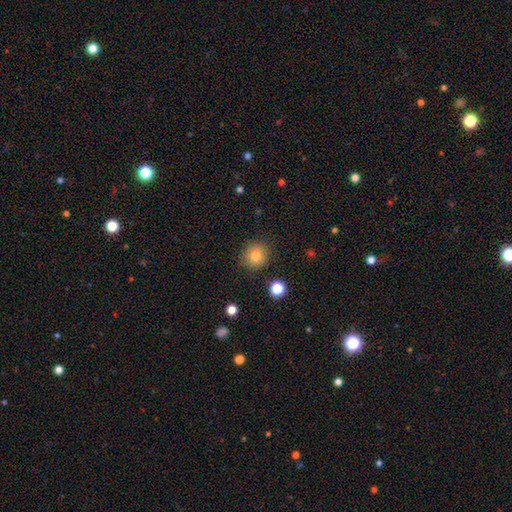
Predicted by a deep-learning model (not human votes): smooth 79%, star or artifact 12%, featured or disk 9%. Down the decision tree: how rounded — round (88%); merging — none (86%).